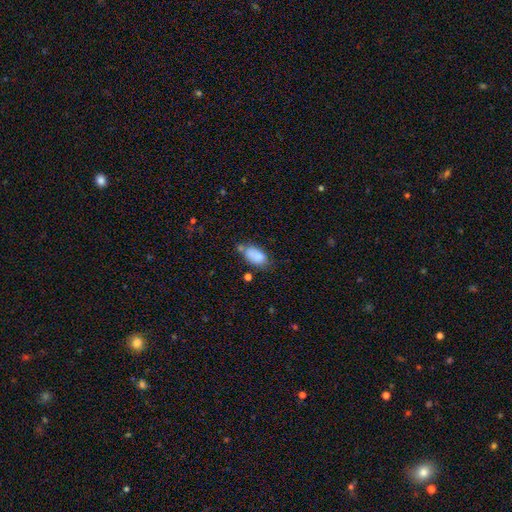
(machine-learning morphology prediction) A smooth galaxy with no disk features (84%) that is in between round and cigar-shaped (92%). Merging: none (55%).